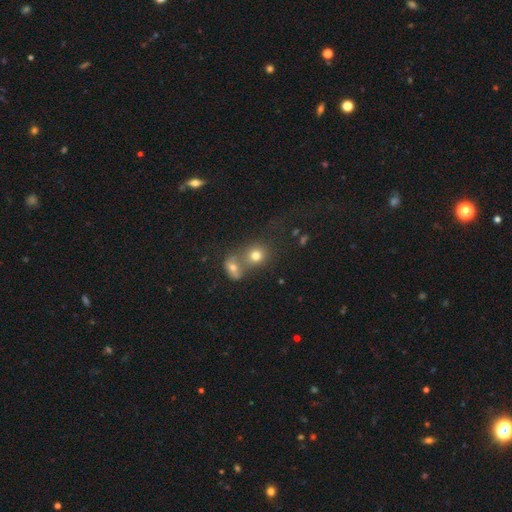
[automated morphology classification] This appears to be a smooth galaxy with no disk features (74%) that is round (71%). Merging: merger (50%).